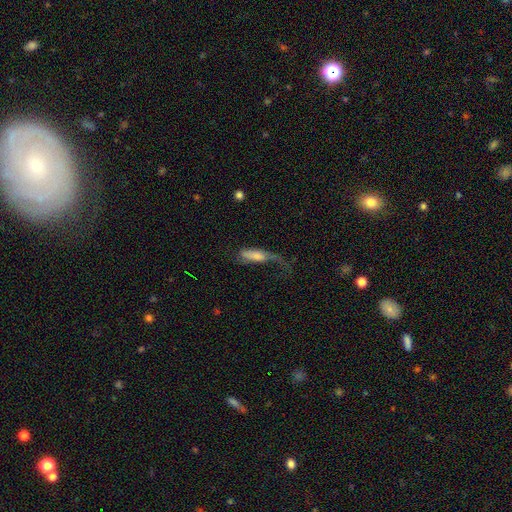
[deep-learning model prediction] Smooth or featured? smooth (57%)
How rounded? in between (54%)
Merging? major disturbance (53%)